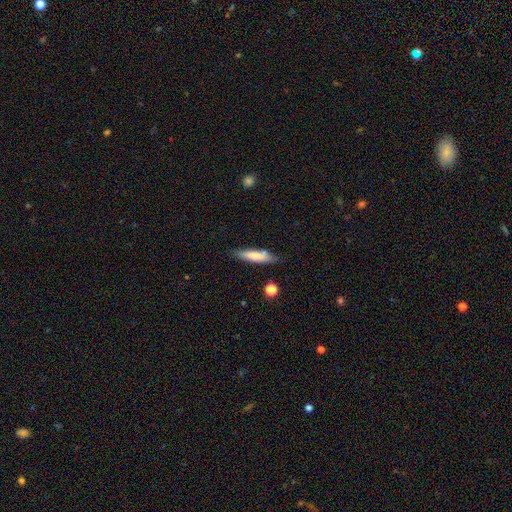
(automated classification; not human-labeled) smooth-or-featured: smooth: 72% | featured or disk: 21% | star or artifact: 7%
  how-rounded: cigar-shaped: 76% | in between: 22% | round: 2%
  merging: none: 77% | minor disturbance: 15% | merger: 4% | major disturbance: 3%